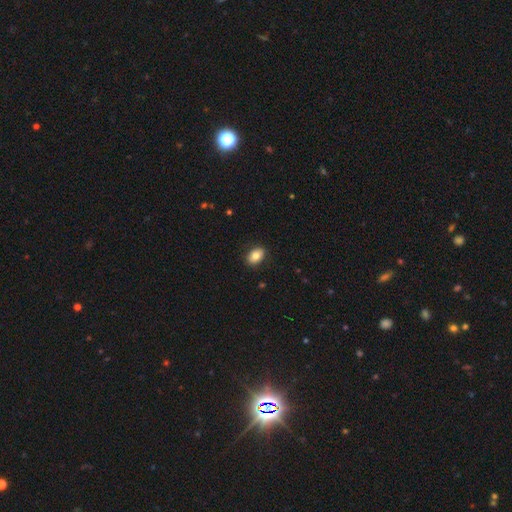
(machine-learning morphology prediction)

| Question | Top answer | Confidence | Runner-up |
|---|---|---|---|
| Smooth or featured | smooth | 82% | featured or disk (10%) |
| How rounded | in between | 86% | round (13%) |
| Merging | none | 88% | minor disturbance (9%) |